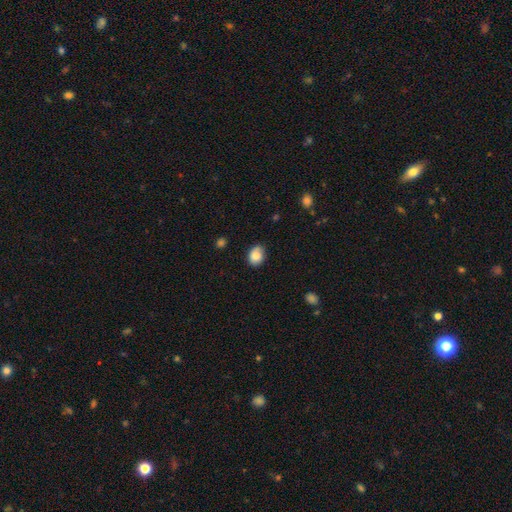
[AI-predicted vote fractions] A smooth galaxy with no disk features (83%) that is in between round and cigar-shaped (57%). Merging: none (74%).